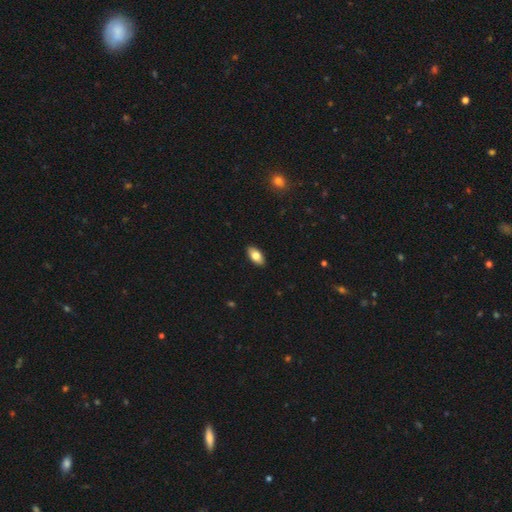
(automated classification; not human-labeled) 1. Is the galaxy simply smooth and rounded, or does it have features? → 79% smooth, 14% featured or disk, 6% star or artifact.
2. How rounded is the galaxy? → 91% in between, 6% cigar-shaped, 3% round.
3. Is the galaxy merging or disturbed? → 90% none, 7% minor disturbance, 2% major disturbance, 1% merger.